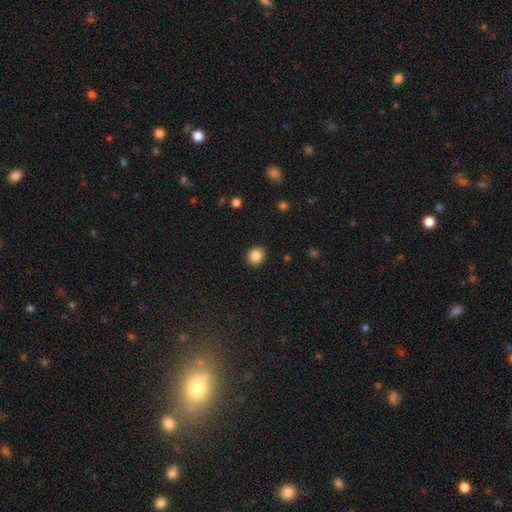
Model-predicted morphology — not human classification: This appears to be a smooth galaxy with no disk features (85%) that is round (81%). Merging: none (91%).